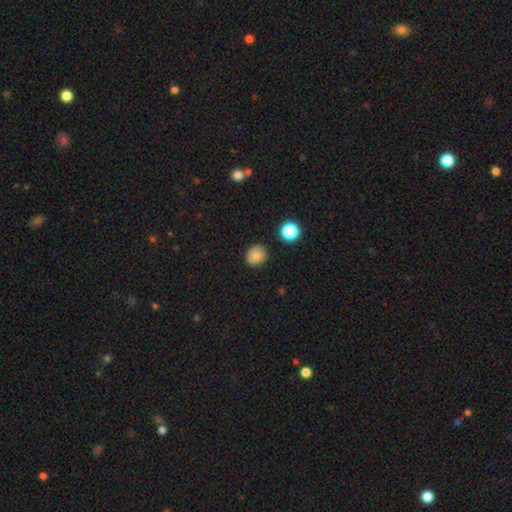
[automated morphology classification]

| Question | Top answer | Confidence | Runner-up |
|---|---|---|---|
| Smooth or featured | smooth | 78% | star or artifact (12%) |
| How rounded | round | 85% | in between (14%) |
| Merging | none | 85% | minor disturbance (11%) |